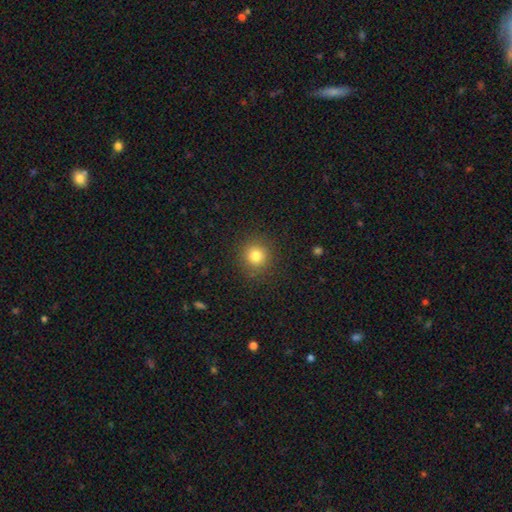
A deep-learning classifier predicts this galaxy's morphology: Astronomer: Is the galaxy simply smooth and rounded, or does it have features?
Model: smooth — 81%.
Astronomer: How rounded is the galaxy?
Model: round — 92%.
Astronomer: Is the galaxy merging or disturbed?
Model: none — 89%.